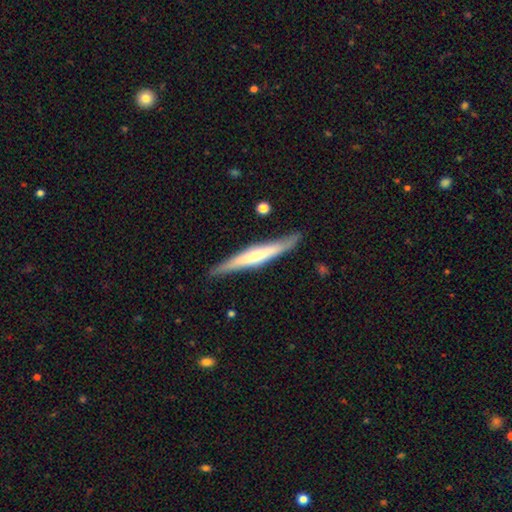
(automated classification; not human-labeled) smooth-or-featured: featured or disk: 58% | smooth: 37% | star or artifact: 5%
  disk-edge-on: yes: 94% | no: 6%
    edge-on-bulge: rounded: 54% | none: 32% | boxy: 14%
  merging: none: 85% | minor disturbance: 12% | major disturbance: 2% | merger: 2%